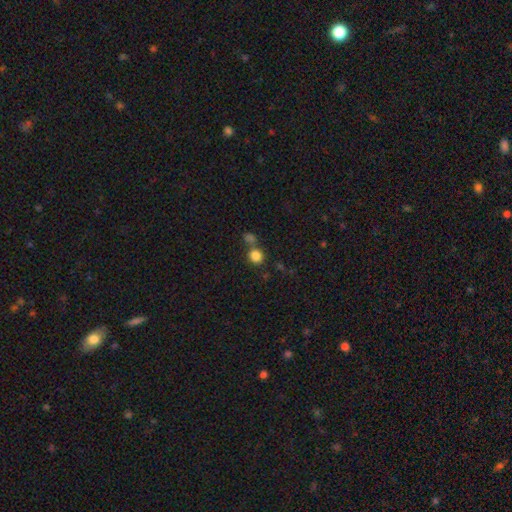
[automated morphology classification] This is clearly a smooth galaxy (83%). How rounded: clearly round (88%). Merging: likely none (61%).